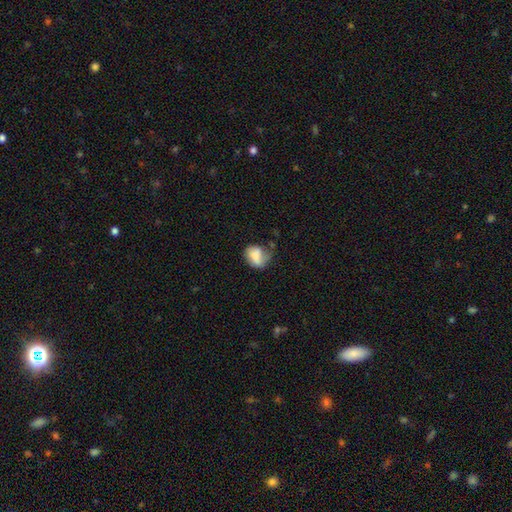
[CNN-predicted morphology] Smooth or featured: smooth — 72% (featured or disk — 20%)
How rounded: in between — 60% (round — 39%)
Merging: none — 35% (minor disturbance — 33%)